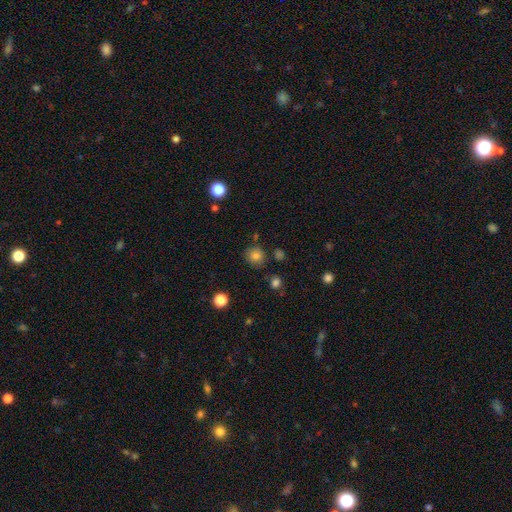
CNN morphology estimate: This is likely a smooth galaxy (79%). How rounded: clearly round (87%). Merging: clearly none (80%).